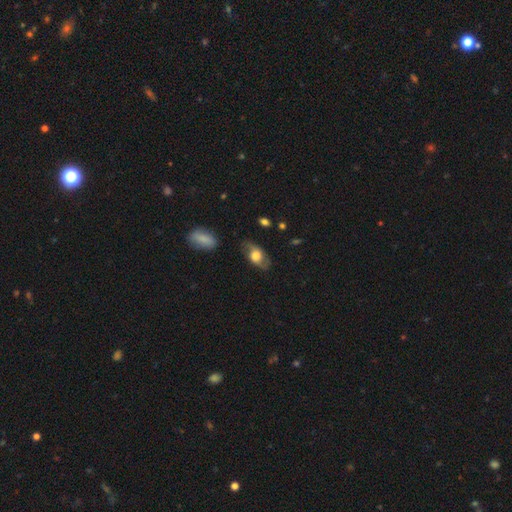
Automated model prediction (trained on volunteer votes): Smooth or featured?
  - smooth: 48% *
  - featured or disk: 45%
  - star or artifact: 7%
Merging?
  - none: 72% *
  - minor disturbance: 20%
  - major disturbance: 6%
  - merger: 2%